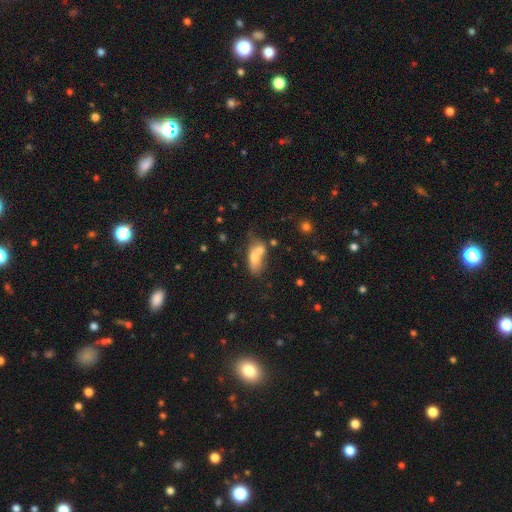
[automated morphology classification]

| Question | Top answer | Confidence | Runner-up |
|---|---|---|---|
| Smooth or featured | smooth | 67% | featured or disk (23%) |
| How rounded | in between | 76% | cigar-shaped (14%) |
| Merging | merger | 55% | none (26%) |